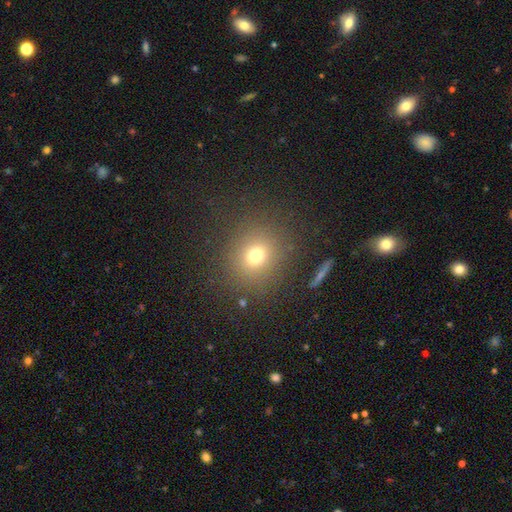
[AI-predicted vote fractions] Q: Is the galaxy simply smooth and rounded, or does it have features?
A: smooth — 71%.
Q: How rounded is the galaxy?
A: round — 78%.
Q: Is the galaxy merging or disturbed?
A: none — 85%.